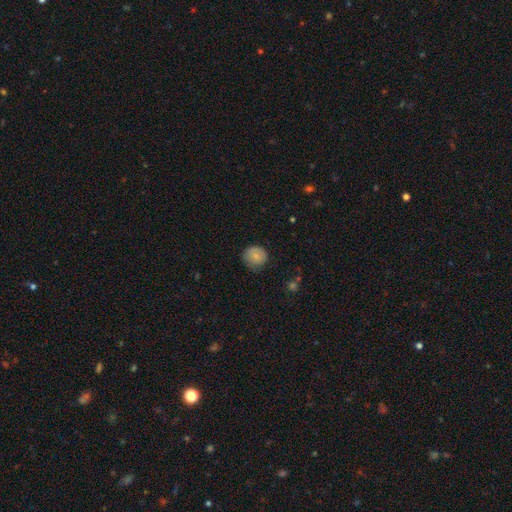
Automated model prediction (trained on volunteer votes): Morphology: type=smooth (79%); roundness=round (84%); merging=none (71%).